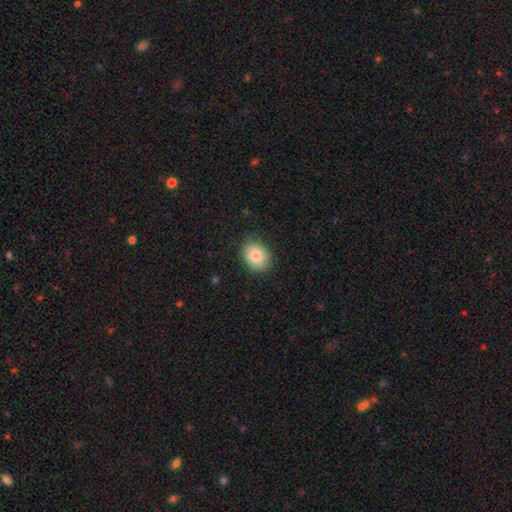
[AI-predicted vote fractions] This is clearly a smooth galaxy (83%). How rounded: possibly in between (59%). Merging: clearly none (85%).